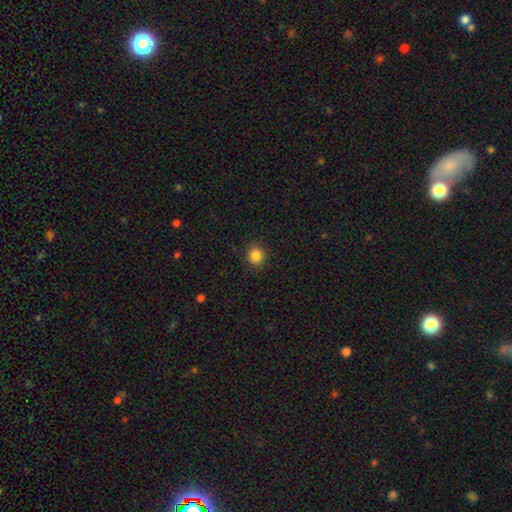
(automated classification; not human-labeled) smooth_or_featured: smooth (p=0.85) [alt: star or artifact p=0.11]
how_rounded: round (p=0.86) [alt: in between p=0.13]
merging: none (p=0.90) [alt: minor disturbance p=0.07]